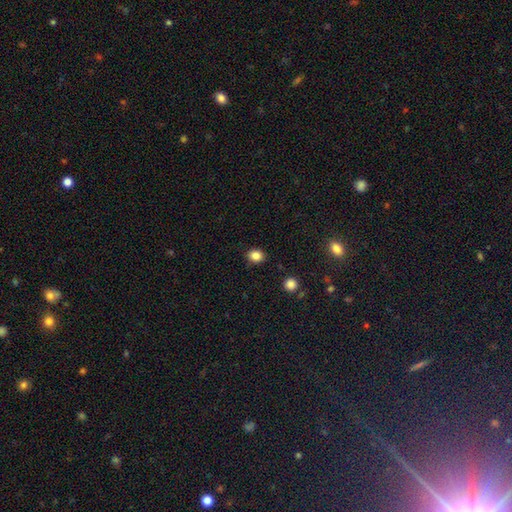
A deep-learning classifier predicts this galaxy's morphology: smooth 85%, star or artifact 11%, featured or disk 4%. Down the decision tree: how rounded — round (59%); merging — none (87%).